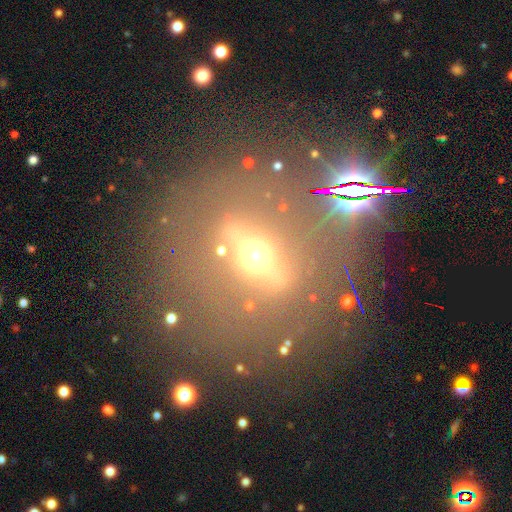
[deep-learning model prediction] A featured or disk galaxy (57%) viewed edge-on (64%).

Vote fractions:
- Smooth or featured? featured or disk: 57% / star or artifact: 24% / smooth: 19%
- Edge-on disk? yes: 64% / no: 36%
- Merging? none: 79% / minor disturbance: 10% / major disturbance: 7% / merger: 4%